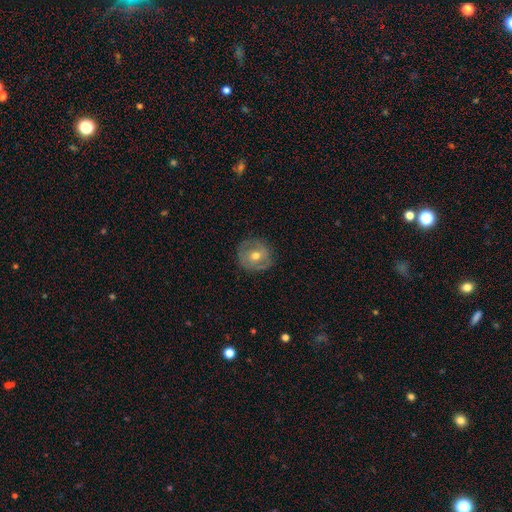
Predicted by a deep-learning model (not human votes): The model was most divided on "smooth or featured": featured or disk: 51%, smooth: 42%, star or artifact: 8%. More confident: edge-on disk — no (95%); merging — none (81%).